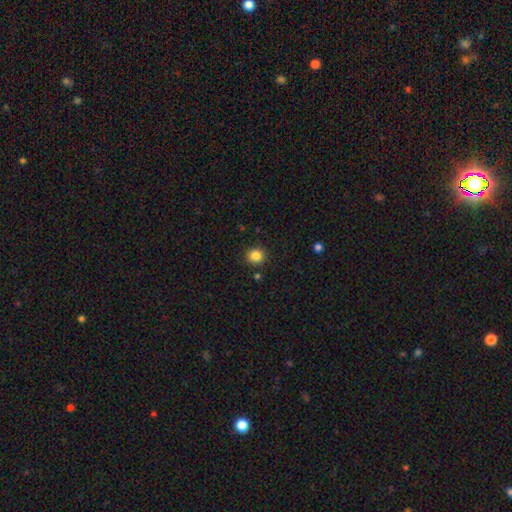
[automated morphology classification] type=smooth (85%); roundness=round (90%); merging=none (90%).